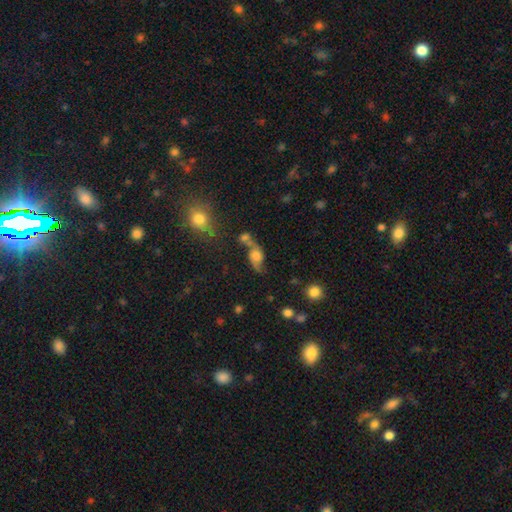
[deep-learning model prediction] Q: Smooth or featured?
A: featured or disk (54%); runner-up: smooth (33%)
Q: Edge-on disk?
A: no (89%); runner-up: yes (11%)
Q: Merging?
A: none (40%); runner-up: merger (29%)